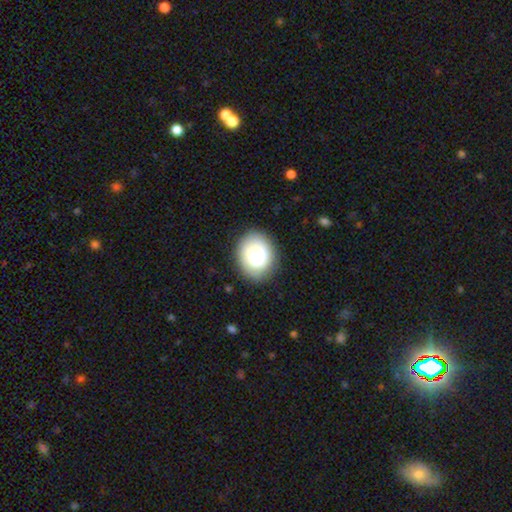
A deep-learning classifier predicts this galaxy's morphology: smooth_or_featured: smooth (p=0.73) [alt: featured or disk p=0.19]
how_rounded: round (p=0.59) [alt: in between p=0.40]
merging: none (p=0.80) [alt: minor disturbance p=0.14]